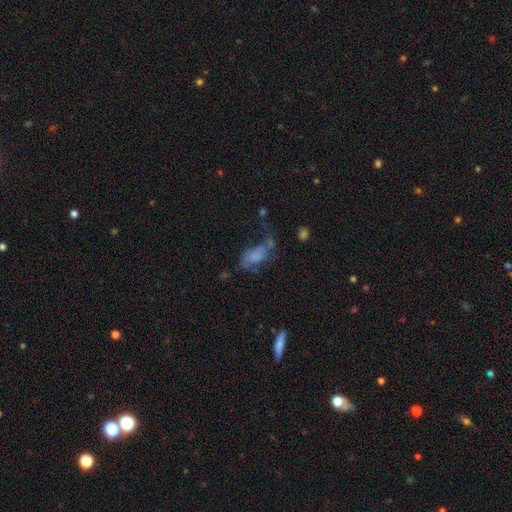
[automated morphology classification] smooth 49%, featured or disk 38%, star or artifact 14%. Down the decision tree: merging — major disturbance (43%).